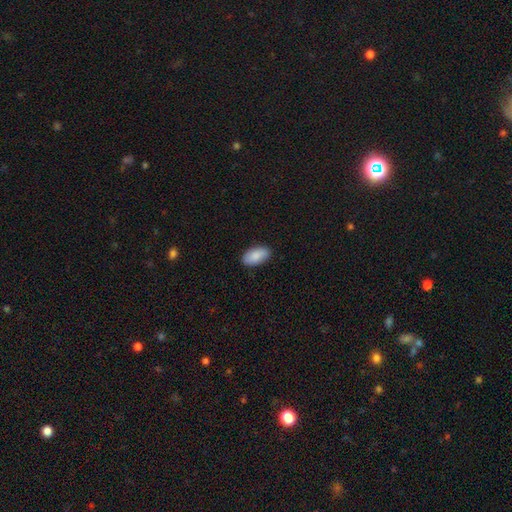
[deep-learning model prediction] smooth 88%, star or artifact 6%, featured or disk 6%. Down the decision tree: how rounded — in between (95%); merging — none (88%).